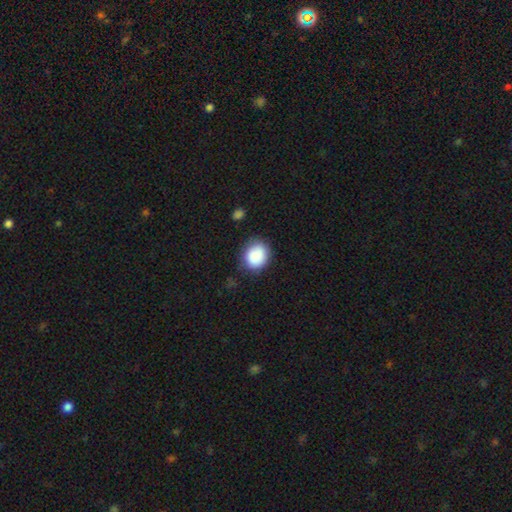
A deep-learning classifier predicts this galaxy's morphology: smooth-or-featured: smooth: 87% | star or artifact: 8% | featured or disk: 6%
  how-rounded: round: 63% | in between: 36% | cigar-shaped: 1%
  merging: none: 76% | minor disturbance: 17% | major disturbance: 4% | merger: 2%